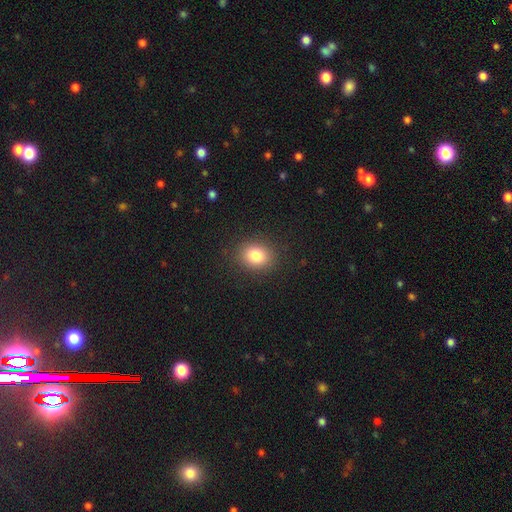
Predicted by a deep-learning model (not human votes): smooth-or-featured: smooth: 83% | star or artifact: 10% | featured or disk: 7%
  how-rounded: round: 55% | in between: 44% | cigar-shaped: 1%
  merging: none: 88% | minor disturbance: 8% | major disturbance: 3% | merger: 1%